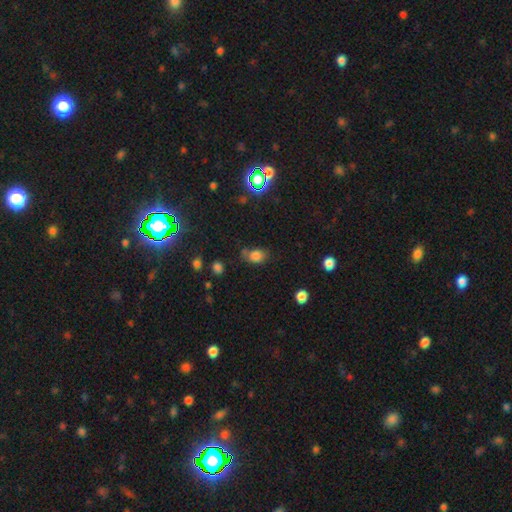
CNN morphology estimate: A smooth galaxy with no disk features (79%) that is in between round and cigar-shaped (69%). Merging: none (57%).